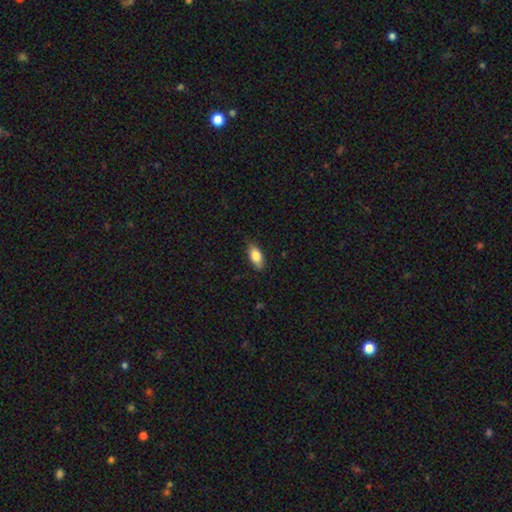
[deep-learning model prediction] smooth-or-featured: smooth: 81% | featured or disk: 12% | star or artifact: 7%
  how-rounded: in between: 87% | cigar-shaped: 10% | round: 3%
  merging: none: 82% | minor disturbance: 14% | major disturbance: 2% | merger: 1%